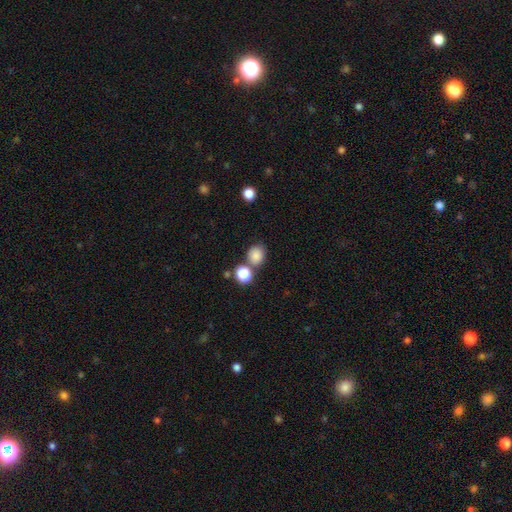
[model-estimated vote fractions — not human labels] smooth_or_featured: smooth (p=0.84) [alt: star or artifact p=0.11]
how_rounded: round (p=0.69) [alt: in between p=0.30]
merging: none (p=0.67) [alt: merger p=0.18]